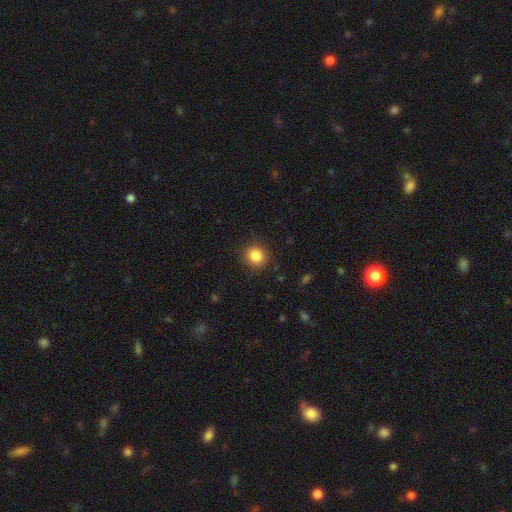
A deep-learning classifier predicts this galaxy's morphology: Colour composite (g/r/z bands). It shows a smooth galaxy with no disk features (84%) that is round (89%). Merging: none (90%).